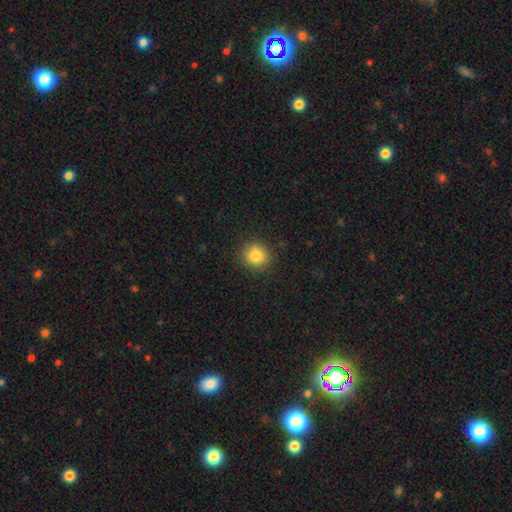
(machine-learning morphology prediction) Smooth or featured? Predicted: smooth (p=0.83). How rounded? Predicted: round (p=0.86). Merging? Predicted: none (p=0.87).